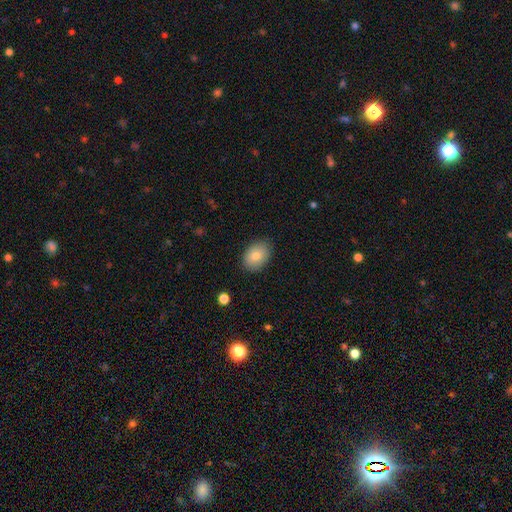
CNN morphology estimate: This is likely a smooth galaxy (80%). How rounded: likely in between (76%). Merging: clearly none (85%).